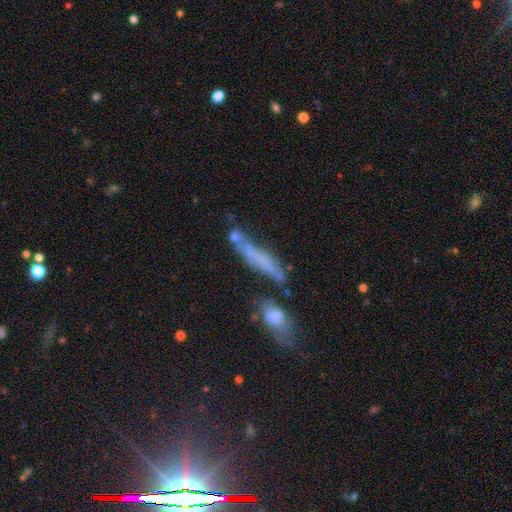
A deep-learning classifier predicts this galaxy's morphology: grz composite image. It shows a smooth galaxy with no disk features (47%). Merging: none (46%).